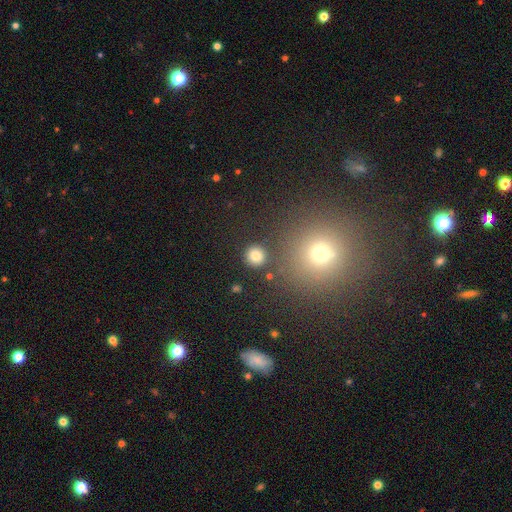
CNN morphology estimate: Overall: smooth (82%). How rounded: round (93%). Merging: none (87%).